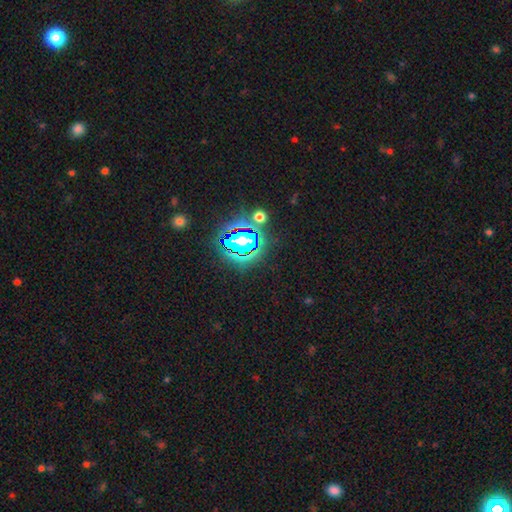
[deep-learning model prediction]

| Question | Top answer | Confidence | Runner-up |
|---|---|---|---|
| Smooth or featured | star or artifact | 85% | smooth (10%) |